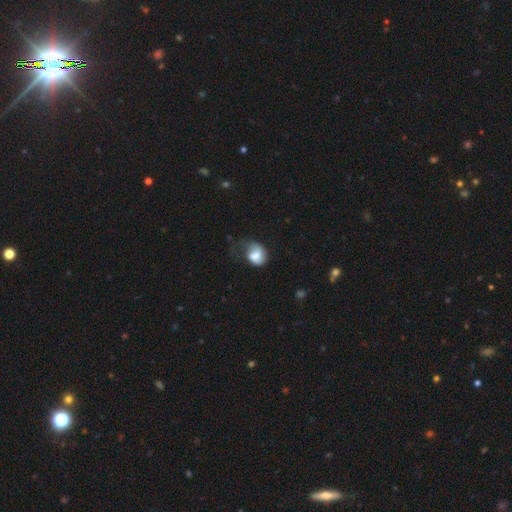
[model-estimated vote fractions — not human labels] The model was most divided on "merging": major disturbance: 35%, minor disturbance: 34%, none: 29%, merger: 3%. More confident: smooth or featured — smooth (67%); how rounded — in between (58%).